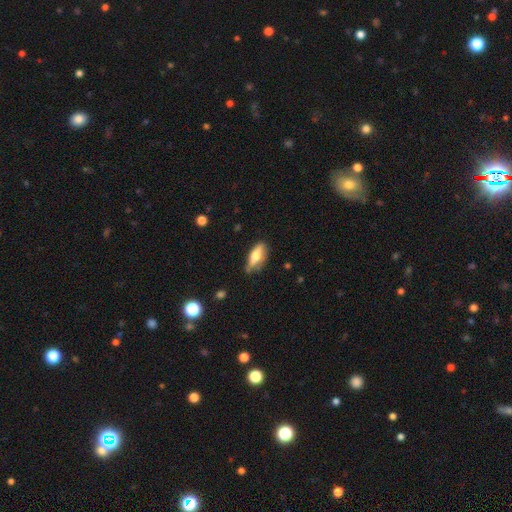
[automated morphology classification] smooth 66%, featured or disk 27%, star or artifact 7%. Down the decision tree: how rounded — in between (70%); merging — none (64%).